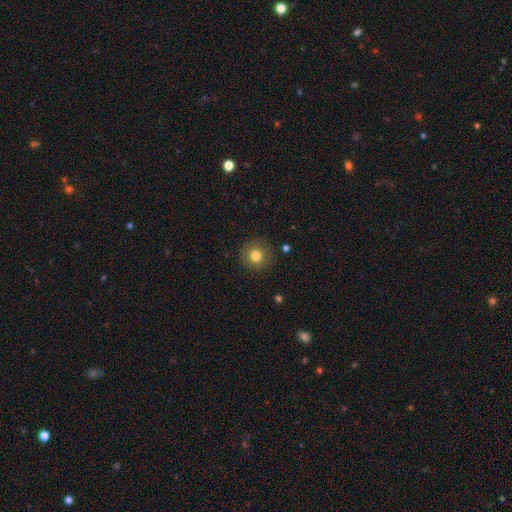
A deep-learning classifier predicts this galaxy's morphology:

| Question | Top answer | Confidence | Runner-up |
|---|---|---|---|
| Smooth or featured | smooth | 81% | star or artifact (11%) |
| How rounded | round | 94% | in between (5%) |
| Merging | none | 89% | minor disturbance (7%) |